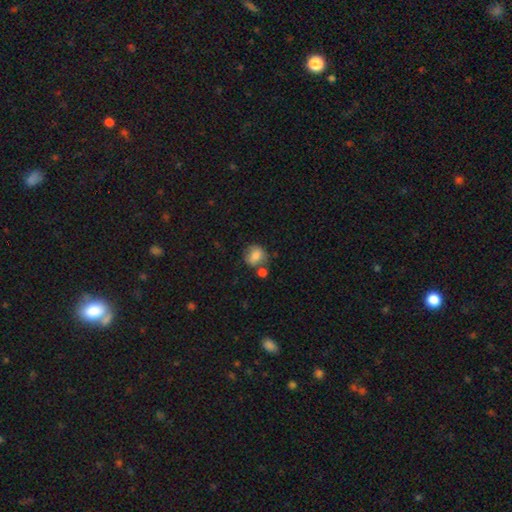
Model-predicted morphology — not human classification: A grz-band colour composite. It shows a smooth galaxy with no disk features (80%) that is round (73%). Merging: none (61%).